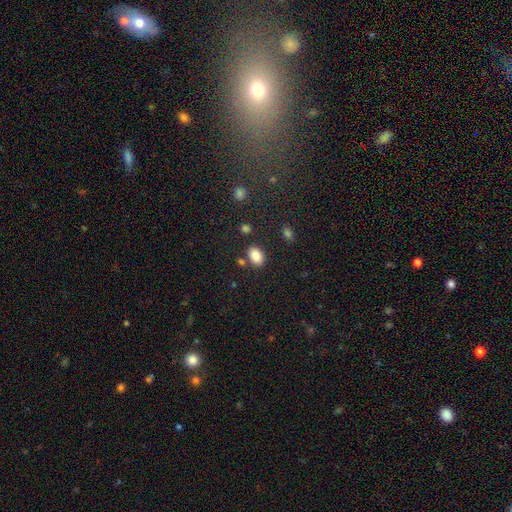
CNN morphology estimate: Overall: smooth (86%). How rounded: in between (81%). Merging: none (79%).